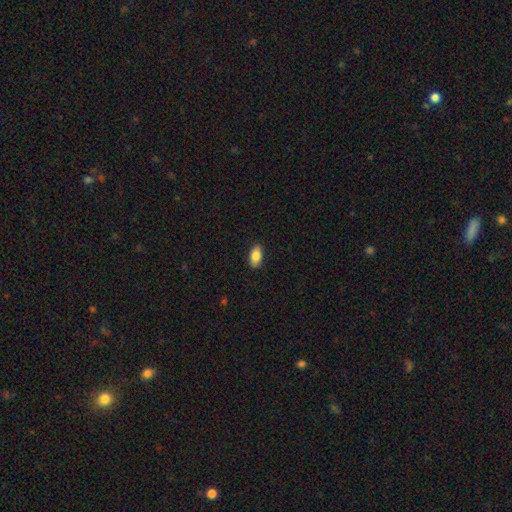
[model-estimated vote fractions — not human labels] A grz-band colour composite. It shows a smooth galaxy with no disk features (86%) that is in between round and cigar-shaped (92%). Merging: none (88%).